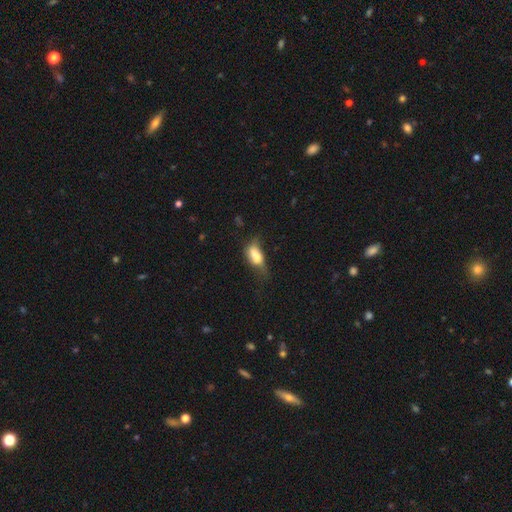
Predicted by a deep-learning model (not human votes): This appears to be a smooth galaxy with no disk features (68%) that is in between round and cigar-shaped (82%). Merging: major disturbance (28%).